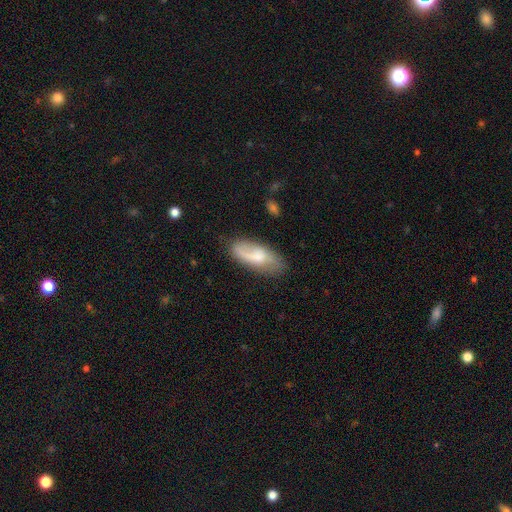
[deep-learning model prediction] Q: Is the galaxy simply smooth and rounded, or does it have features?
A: smooth — 50%.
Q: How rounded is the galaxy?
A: in between — 82%.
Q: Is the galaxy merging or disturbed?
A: none — 61%.